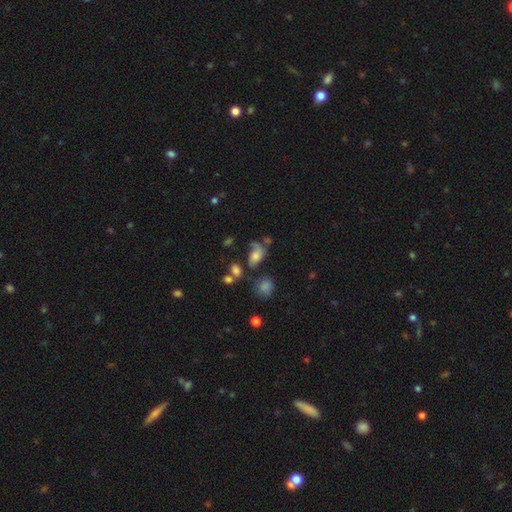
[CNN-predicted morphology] This is possibly a smooth galaxy (51%). How rounded: clearly in between (82%). Merging: marginally none (36%).